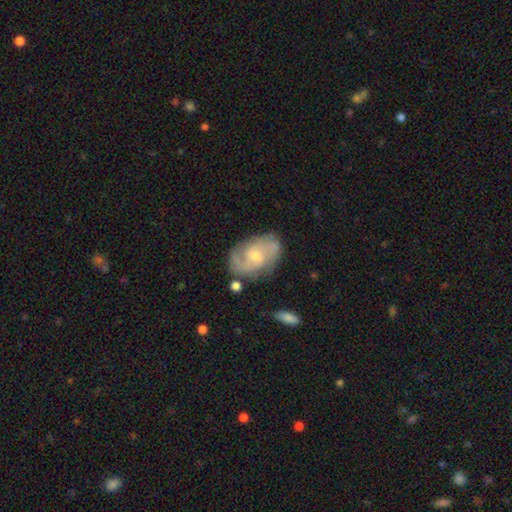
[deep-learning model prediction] A featured or disk galaxy (77%) with no bar (51%), 2 (64%) medium (47%) spiral arms (92%) and a small central bulge (55%). Merging: none (71%).